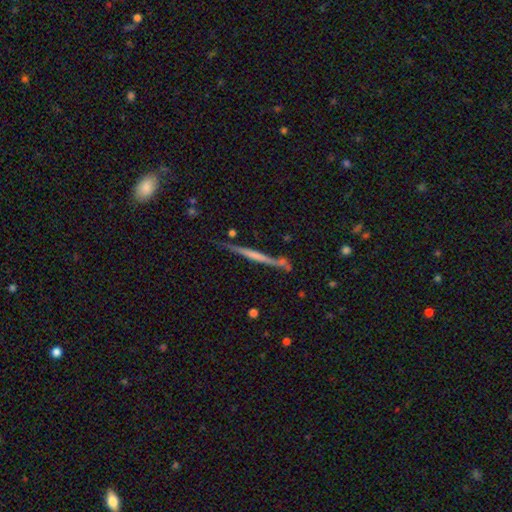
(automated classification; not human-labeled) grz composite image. It shows a featured or disk galaxy (59%) viewed edge-on (96%) with no central bulge (71%). Merging: none (74%).